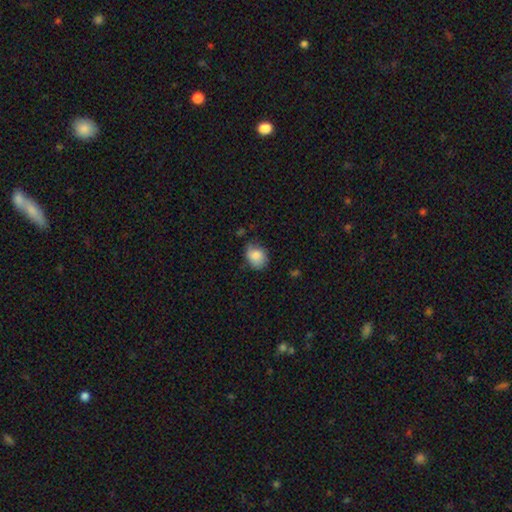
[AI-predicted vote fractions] Overall: smooth (82%). How rounded: in between (55%; round 44%). Merging: none (60%; minor disturbance 31%).